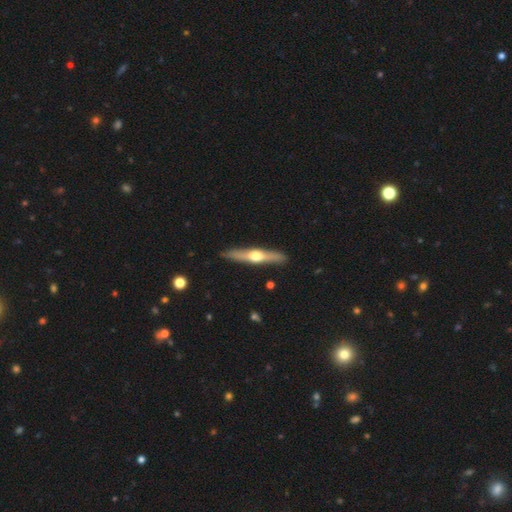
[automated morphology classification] type=featured or disk (64%); edge-on=yes (95%); edge-on bulge=rounded (94%); merging=none (90%).